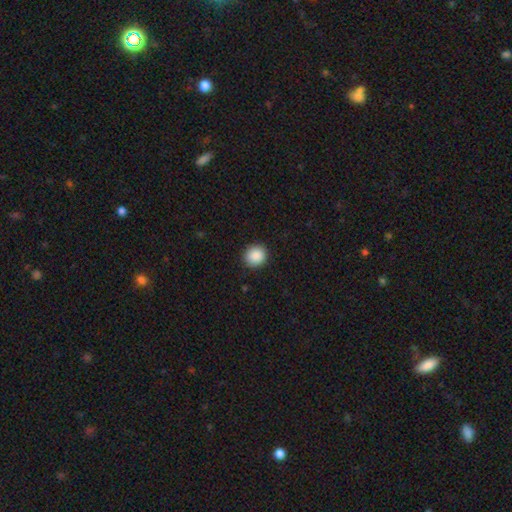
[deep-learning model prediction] Overall: smooth (89%). How rounded: round (90%). Merging: none (91%).